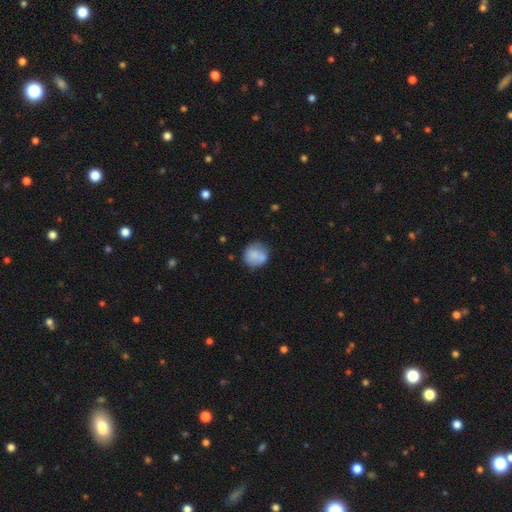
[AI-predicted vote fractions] Smooth or featured? smooth (76%)
How rounded? round (87%)
Merging? none (62%)